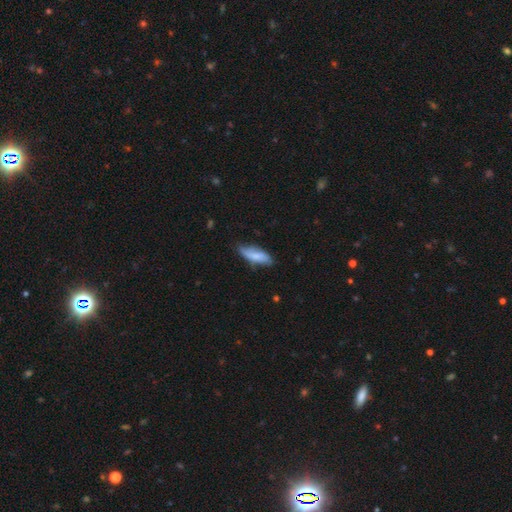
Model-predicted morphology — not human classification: Smooth or featured: smooth — 67% (featured or disk — 27%)
How rounded: in between — 66% (cigar-shaped — 32%)
Merging: none — 56% (minor disturbance — 34%)